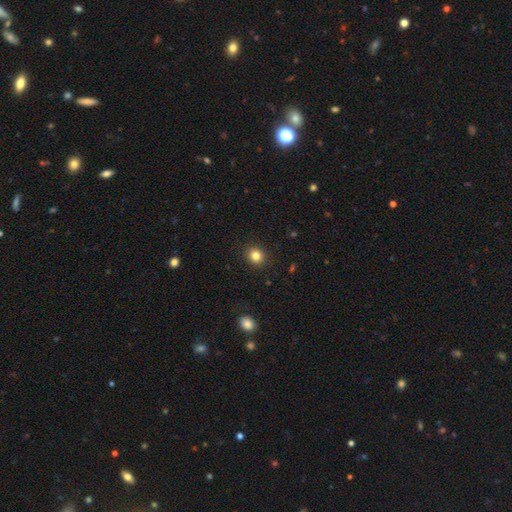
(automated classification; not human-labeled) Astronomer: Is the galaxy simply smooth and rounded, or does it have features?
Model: smooth — 83%.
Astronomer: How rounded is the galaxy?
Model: round — 82%.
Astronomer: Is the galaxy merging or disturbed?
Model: none — 91%.